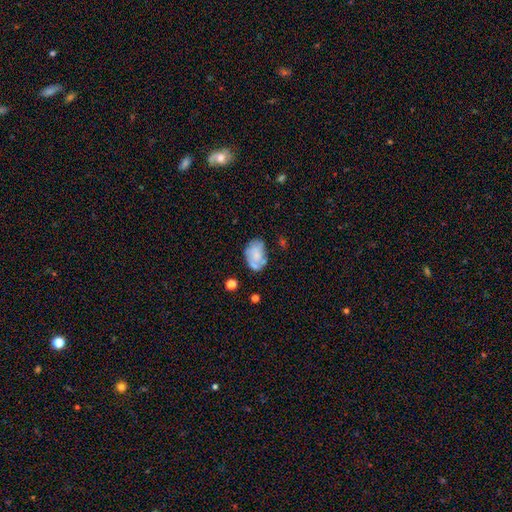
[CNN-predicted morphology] This appears to be a featured or disk galaxy (47%). Merging: none (51%).